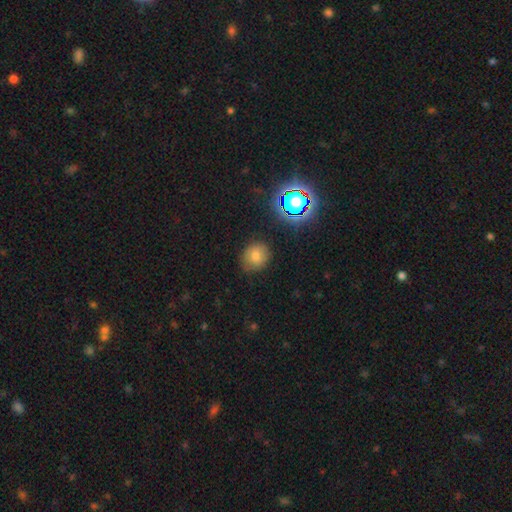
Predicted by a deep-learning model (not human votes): smooth-or-featured: smooth: 74% | star or artifact: 16% | featured or disk: 10%
  how-rounded: round: 70% | in between: 29% | cigar-shaped: 1%
  merging: none: 79% | minor disturbance: 16% | major disturbance: 4% | merger: 2%